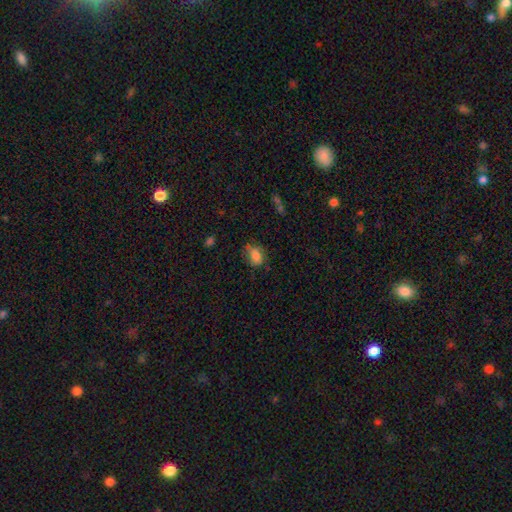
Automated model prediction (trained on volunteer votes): Morphology: type=smooth (80%); roundness=in between (78%); merging=none (64%).